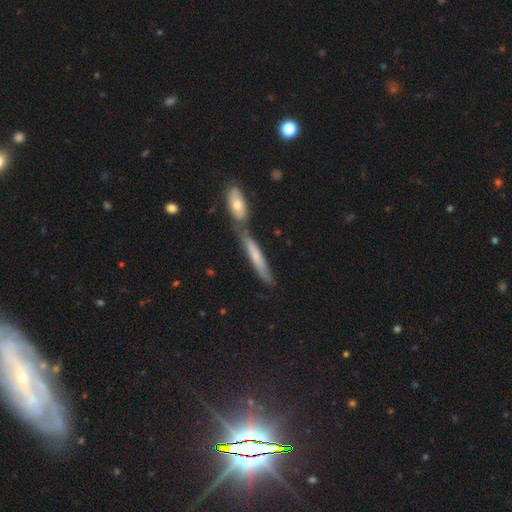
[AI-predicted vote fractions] A smooth galaxy with no disk features (54%) that is cigar-shaped (88%).

Vote fractions:
- Smooth or featured? smooth: 54% / featured or disk: 40% / star or artifact: 6%
- How rounded? cigar-shaped: 88% / in between: 11% / round: 2%
- Merging? none: 48% / merger: 37% / minor disturbance: 12% / major disturbance: 4%